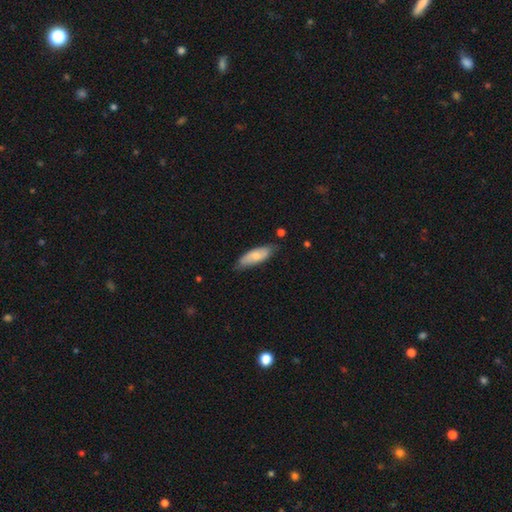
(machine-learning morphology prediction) smooth_or_featured: smooth (p=0.74) [alt: featured or disk p=0.21]
how_rounded: in between (p=0.63) [alt: cigar-shaped p=0.35]
merging: none (p=0.73) [alt: minor disturbance p=0.21]